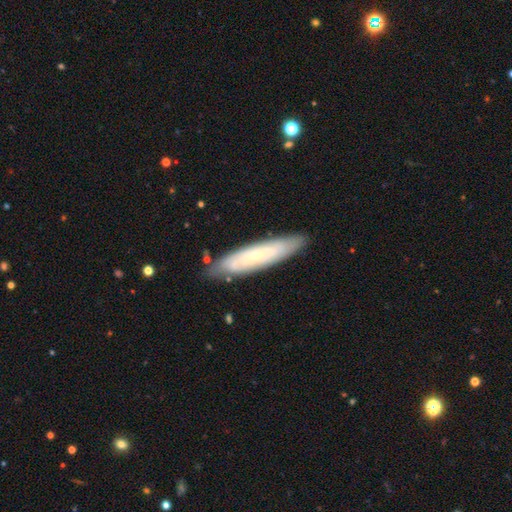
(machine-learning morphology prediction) Q: Smooth or featured?
A: featured or disk (56%); runner-up: smooth (38%)
Q: Edge-on disk?
A: no (58%); runner-up: yes (42%)
Q: Merging?
A: none (82%); runner-up: minor disturbance (14%)